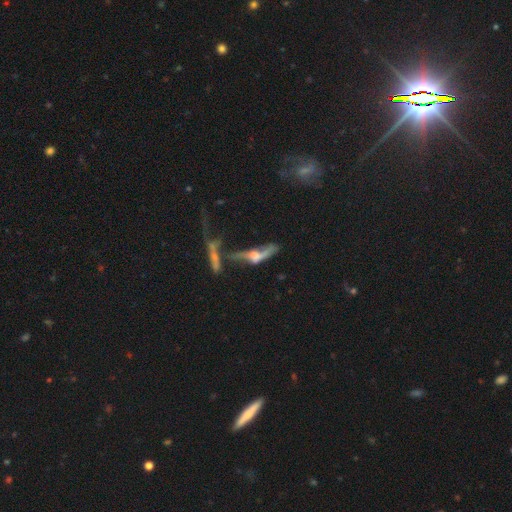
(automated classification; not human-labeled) Smooth or featured: featured or disk — 67% (smooth — 21%)
Edge-on disk: no — 56% (yes — 44%)
Merging: merger — 36% (major disturbance — 27%)